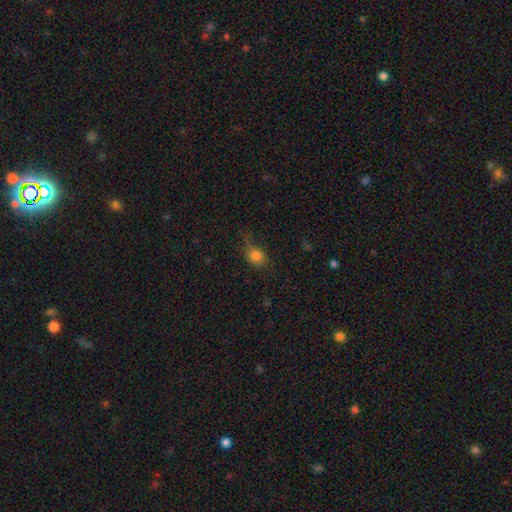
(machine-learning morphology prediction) smooth-or-featured: smooth: 80% | star or artifact: 12% | featured or disk: 8%
  how-rounded: round: 52% | in between: 46% | cigar-shaped: 2%
  merging: none: 48% | minor disturbance: 32% | major disturbance: 17% | merger: 3%